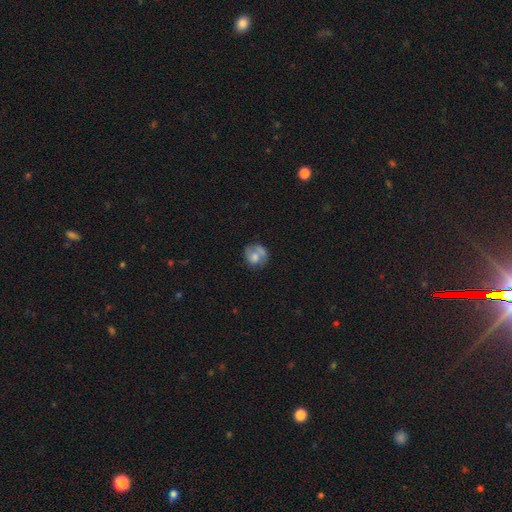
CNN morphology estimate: smooth_or_featured: smooth (p=0.54) [alt: featured or disk p=0.38]
how_rounded: round (p=0.72) [alt: in between p=0.27]
merging: none (p=0.45) [alt: minor disturbance p=0.22]